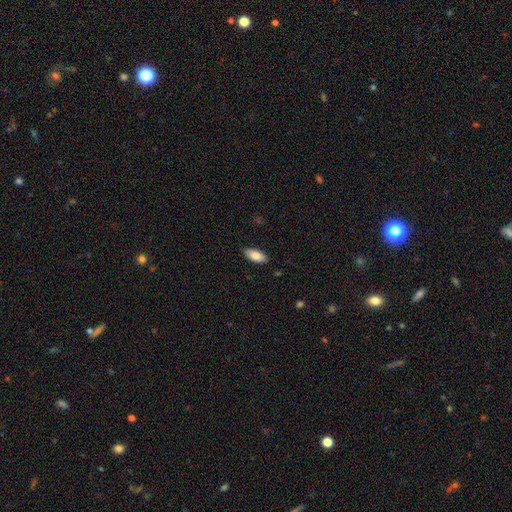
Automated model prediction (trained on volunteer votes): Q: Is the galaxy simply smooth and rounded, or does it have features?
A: smooth — 85%.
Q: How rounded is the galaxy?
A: in between — 90%.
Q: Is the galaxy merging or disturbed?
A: none — 88%.